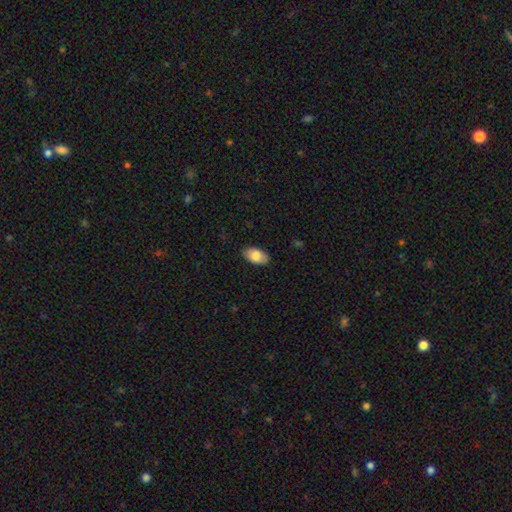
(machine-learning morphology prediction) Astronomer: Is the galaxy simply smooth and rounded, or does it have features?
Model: smooth — 83%.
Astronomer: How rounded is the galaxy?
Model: in between — 94%.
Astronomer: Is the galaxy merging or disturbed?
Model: none — 86%.